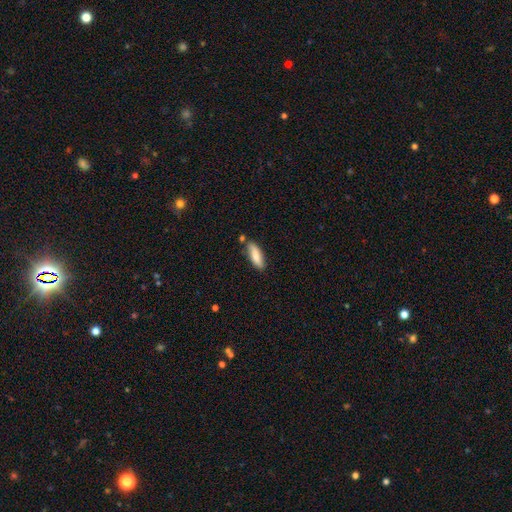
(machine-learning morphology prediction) The model was most divided on "how rounded": in between: 56%, cigar-shaped: 42%, round: 2%. More confident: smooth or featured — smooth (81%); merging — none (74%).